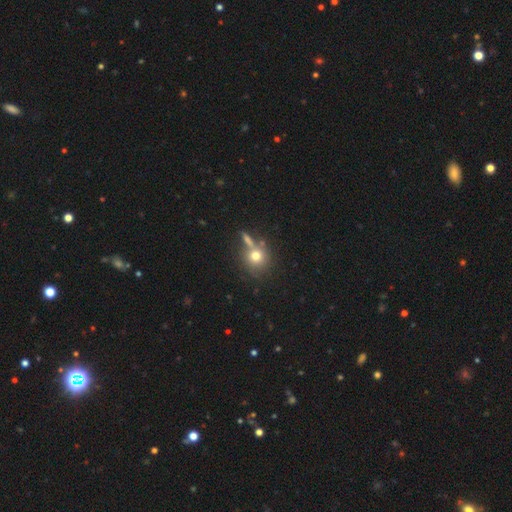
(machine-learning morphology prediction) A smooth galaxy with no disk features (73%) that is round (88%).

Vote fractions:
- Smooth or featured? smooth: 73% / featured or disk: 15% / star or artifact: 12%
- How rounded? round: 88% / in between: 10% / cigar-shaped: 1%
- Merging? none: 59% / merger: 23% / minor disturbance: 12% / major disturbance: 6%